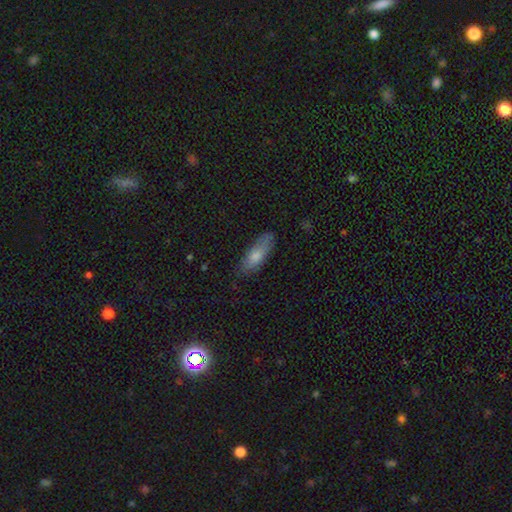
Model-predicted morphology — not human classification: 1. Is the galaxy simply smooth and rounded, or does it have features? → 69% smooth, 23% featured or disk, 8% star or artifact.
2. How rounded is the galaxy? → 56% in between, 41% cigar-shaped, 2% round.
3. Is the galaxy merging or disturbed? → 75% none, 20% minor disturbance, 4% major disturbance, 1% merger.